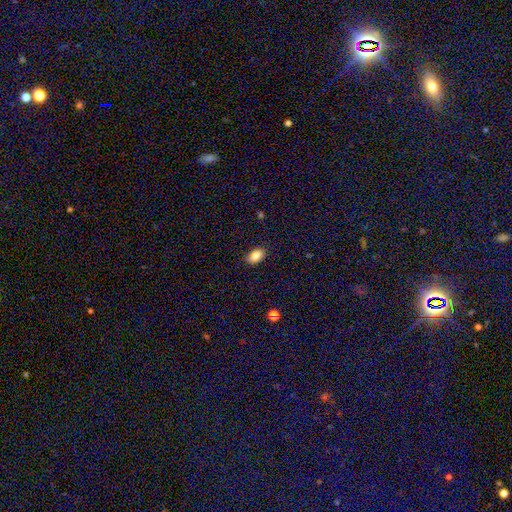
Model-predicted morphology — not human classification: Smooth or featured: smooth — 85% (star or artifact — 8%)
How rounded: in between — 88% (round — 11%)
Merging: none — 87% (minor disturbance — 10%)